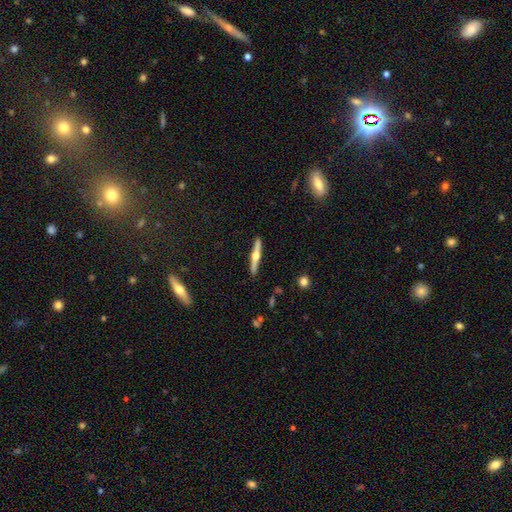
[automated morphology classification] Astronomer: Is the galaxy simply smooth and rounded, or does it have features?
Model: featured or disk — 70%.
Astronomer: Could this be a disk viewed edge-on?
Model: yes — 98%.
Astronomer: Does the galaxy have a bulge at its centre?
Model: rounded — 94%.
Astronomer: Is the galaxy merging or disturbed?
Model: none — 91%.